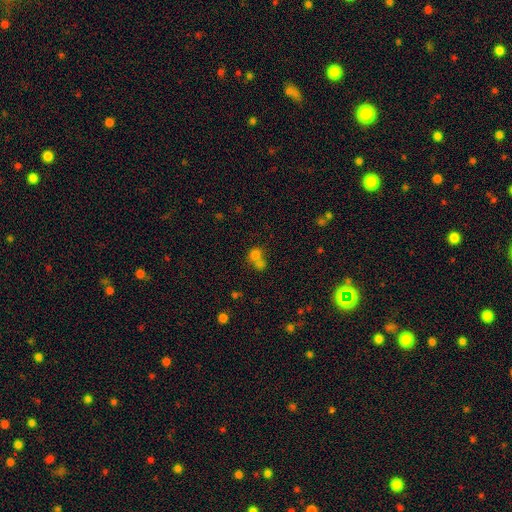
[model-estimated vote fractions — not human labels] smooth_or_featured: smooth (p=0.74) [alt: star or artifact p=0.15]
how_rounded: round (p=0.71) [alt: in between p=0.27]
merging: merger (p=0.58) [alt: none p=0.30]